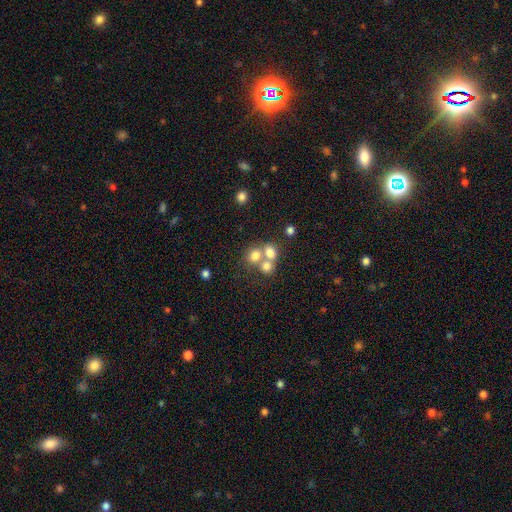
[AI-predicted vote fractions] The model was most divided on "merging": merger: 53%, none: 36%, minor disturbance: 7%, major disturbance: 5%. More confident: smooth or featured — smooth (69%); how rounded — round (69%).